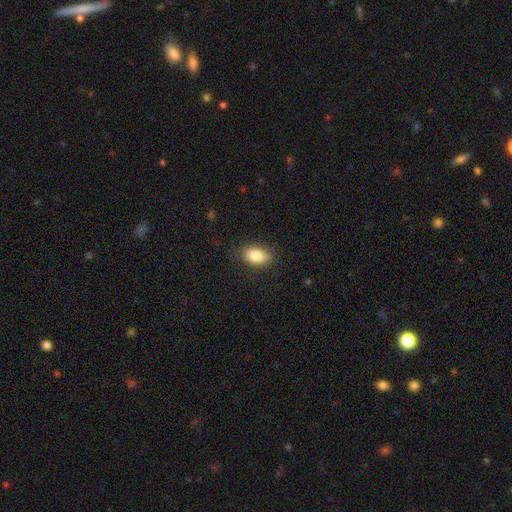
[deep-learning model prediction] smooth 86%, star or artifact 8%, featured or disk 6%. Down the decision tree: how rounded — in between (88%); merging — none (84%).